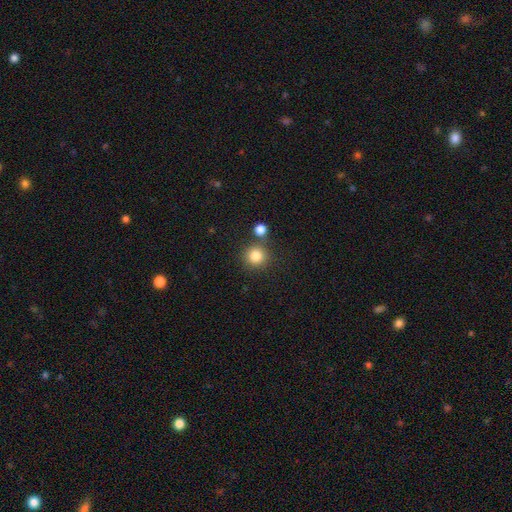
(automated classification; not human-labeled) This appears to be a smooth galaxy with no disk features (83%) that is round (93%). Merging: none (78%).